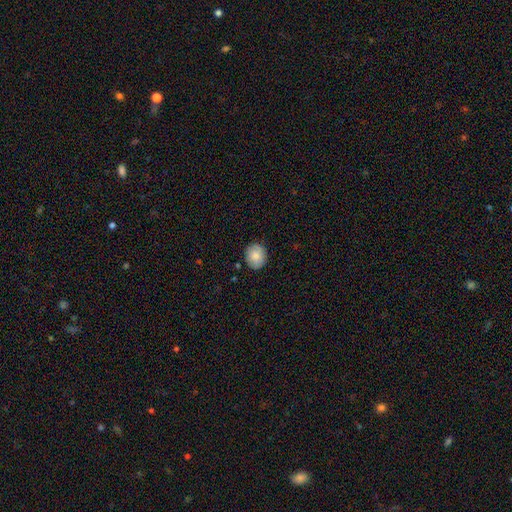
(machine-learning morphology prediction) Smooth or featured? smooth (83%)
How rounded? round (75%)
Merging? none (87%)